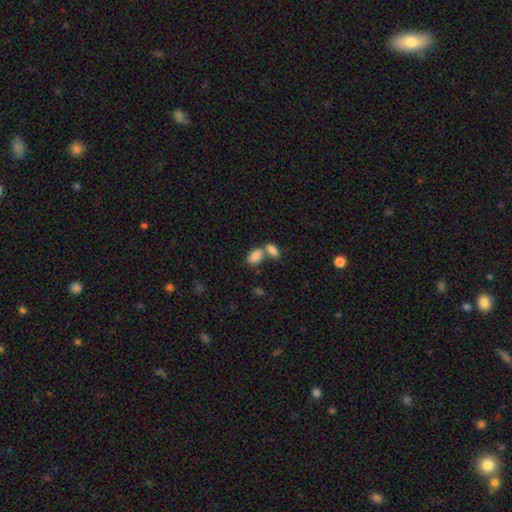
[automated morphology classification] This appears to be a smooth galaxy with no disk features (86%) that is in between round and cigar-shaped (92%). Merging: merger (53%).